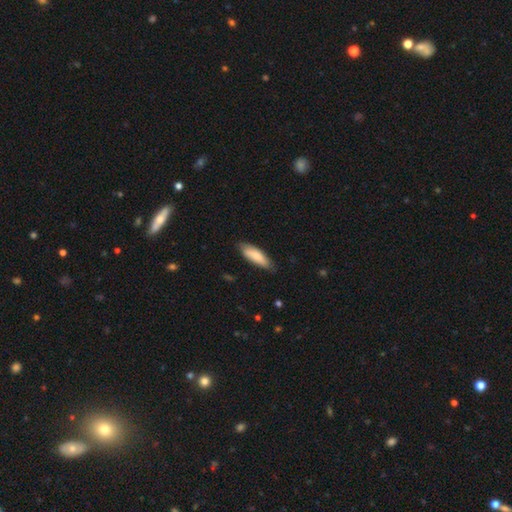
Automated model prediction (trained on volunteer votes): This appears to be a smooth galaxy with no disk features (82%) that is in between round and cigar-shaped (52%). Merging: none (79%).